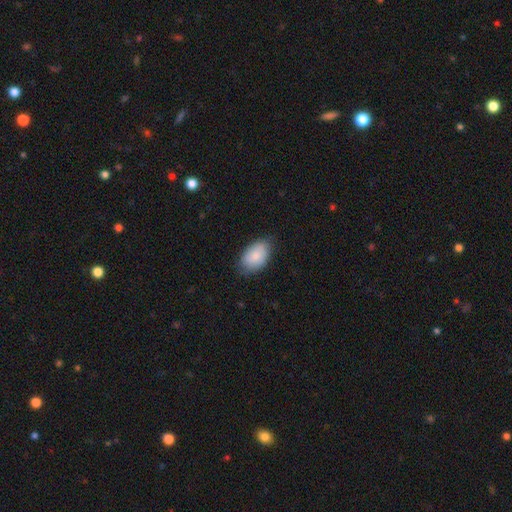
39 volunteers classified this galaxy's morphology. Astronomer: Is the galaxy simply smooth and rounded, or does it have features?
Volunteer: smooth — 79%.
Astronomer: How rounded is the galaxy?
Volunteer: in between — 90%.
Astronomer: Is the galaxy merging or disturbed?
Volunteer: none — 74%.